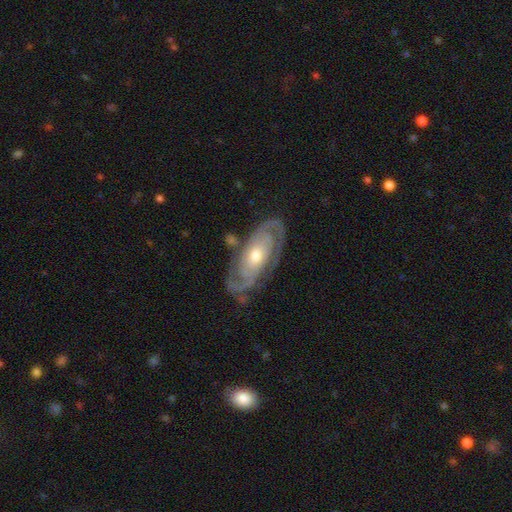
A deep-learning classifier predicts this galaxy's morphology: The model was most divided on "bulge size": moderate: 64%, small: 29%, large: 5%, none: 1%, dominant: 1%. More confident: spiral arms — yes (95%); edge-on disk — no (93%); smooth or featured — featured or disk (88%); spiral arm count — 2 (83%); merging — none (77%); bar — no (72%); spiral winding — tight (66%).